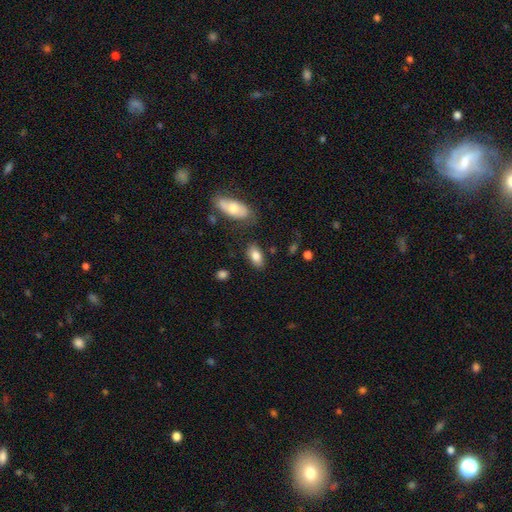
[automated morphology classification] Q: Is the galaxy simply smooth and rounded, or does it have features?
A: smooth — 83%.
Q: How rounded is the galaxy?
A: in between — 92%.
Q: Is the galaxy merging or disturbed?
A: none — 78%.